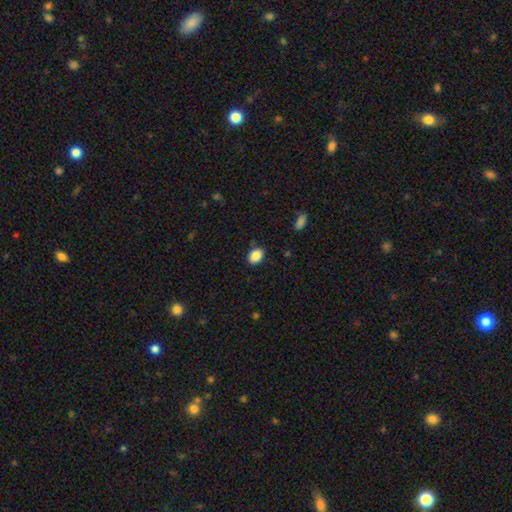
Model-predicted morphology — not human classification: type=smooth (88%); roundness=in between (73%); merging=none (83%).